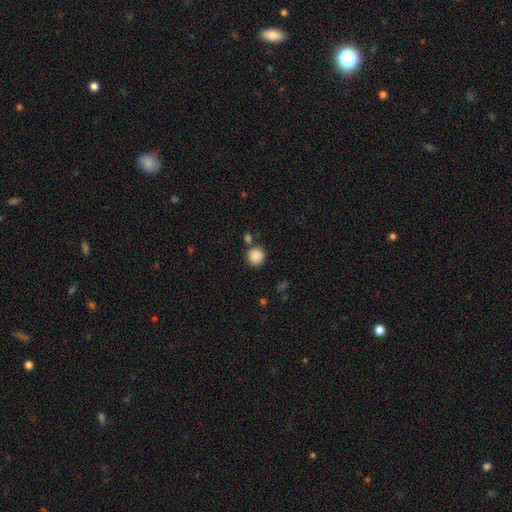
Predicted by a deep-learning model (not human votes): smooth_or_featured: smooth (p=0.88) [alt: star or artifact p=0.09]
how_rounded: round (p=0.93) [alt: in between p=0.06]
merging: none (p=0.79) [alt: merger p=0.09]